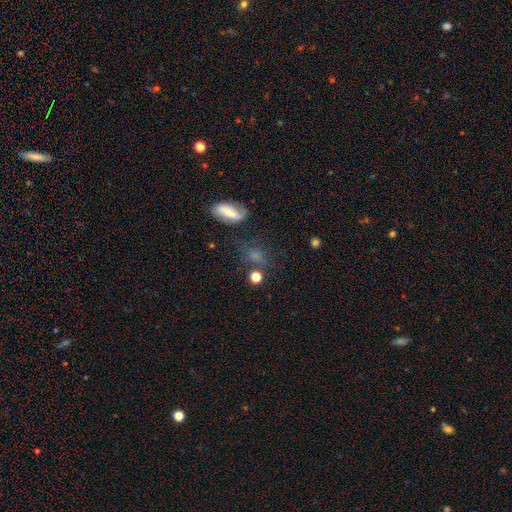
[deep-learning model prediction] smooth 59%, star or artifact 21%, featured or disk 19%. Down the decision tree: how rounded — round (53%); merging — none (62%).